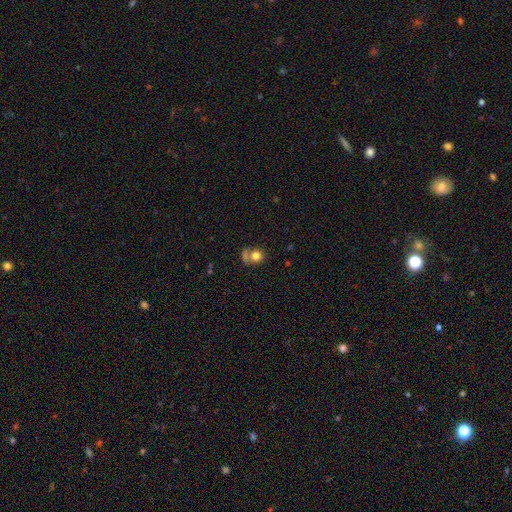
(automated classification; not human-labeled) Smooth or featured? Predicted: smooth (p=0.76). How rounded? Predicted: round (p=0.76). Merging? Predicted: none (p=0.43).